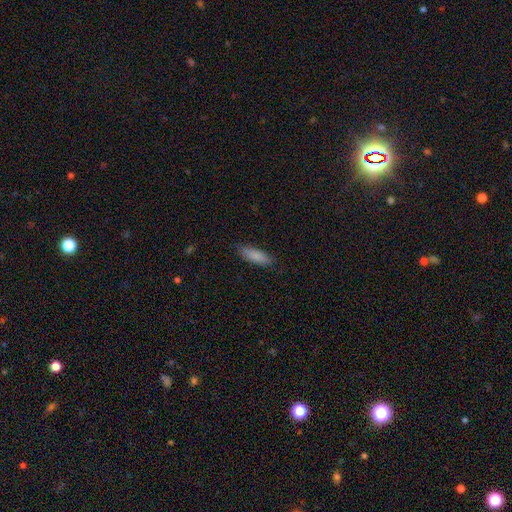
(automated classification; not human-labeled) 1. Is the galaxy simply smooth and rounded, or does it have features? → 85% smooth, 9% featured or disk, 6% star or artifact.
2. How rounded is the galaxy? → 54% in between, 44% cigar-shaped, 2% round.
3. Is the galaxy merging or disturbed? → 82% none, 14% minor disturbance, 3% major disturbance, 1% merger.